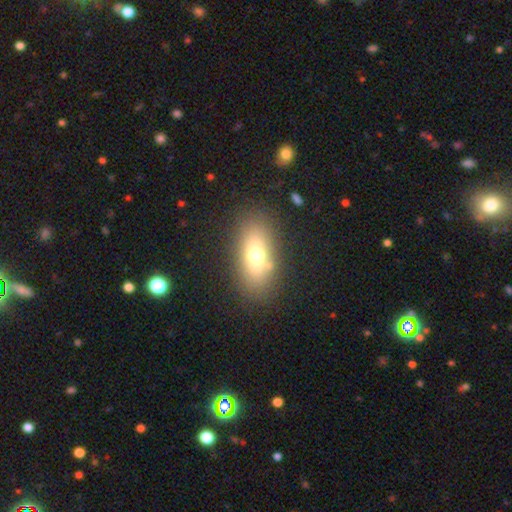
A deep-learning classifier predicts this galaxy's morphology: This appears to be a smooth galaxy with no disk features (69%) that is in between round and cigar-shaped (83%). Merging: none (82%).